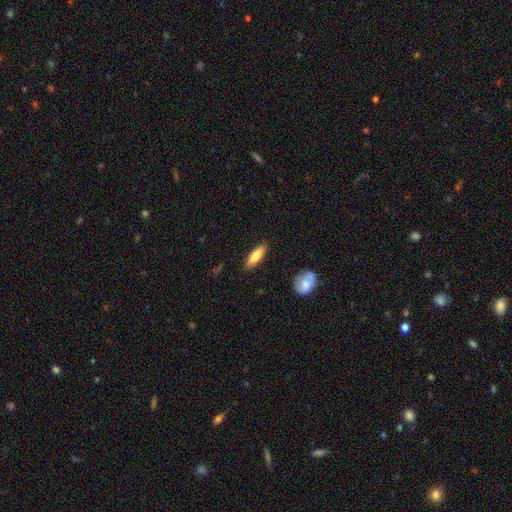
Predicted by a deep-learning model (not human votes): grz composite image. It shows a smooth galaxy with no disk features (76%) that is cigar-shaped (50%). Merging: none (88%).